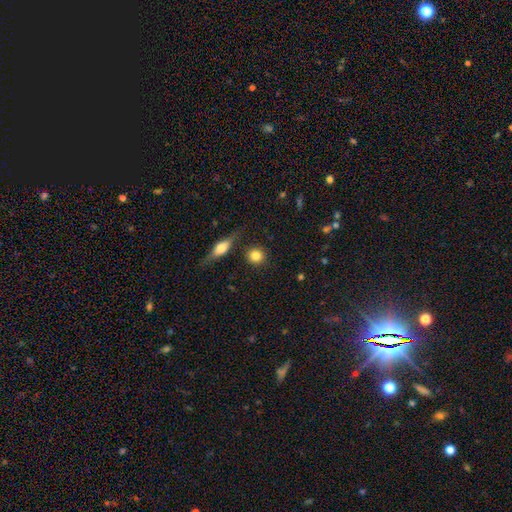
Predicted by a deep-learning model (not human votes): Morphology: type=smooth (82%); roundness=round (89%); merging=none (87%).